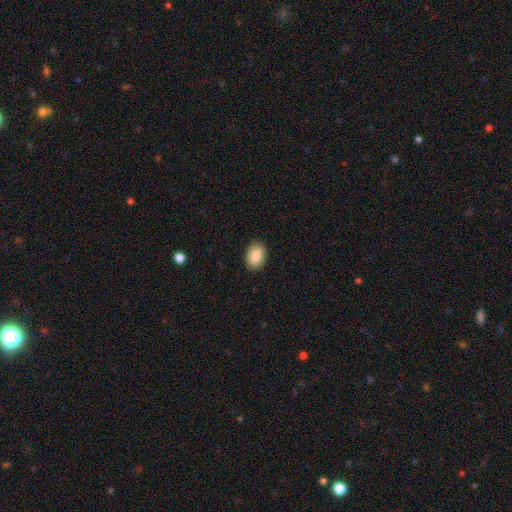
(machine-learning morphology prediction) Smooth or featured? Predicted: smooth (p=0.86). How rounded? Predicted: in between (p=0.84). Merging? Predicted: none (p=0.89).